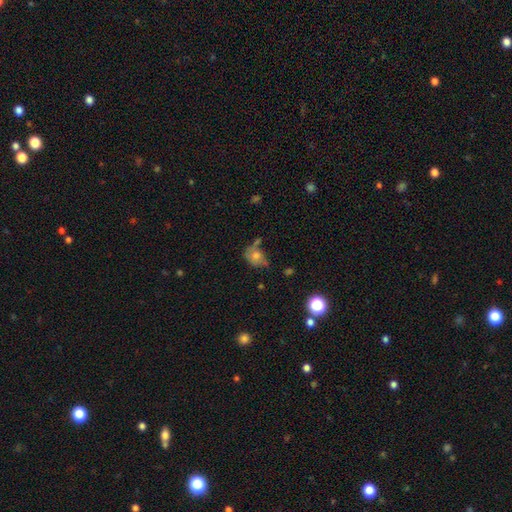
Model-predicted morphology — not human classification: Smooth or featured? Predicted: smooth (p=0.56). How rounded? Predicted: in between (p=0.54). Merging? Predicted: none (p=0.41).